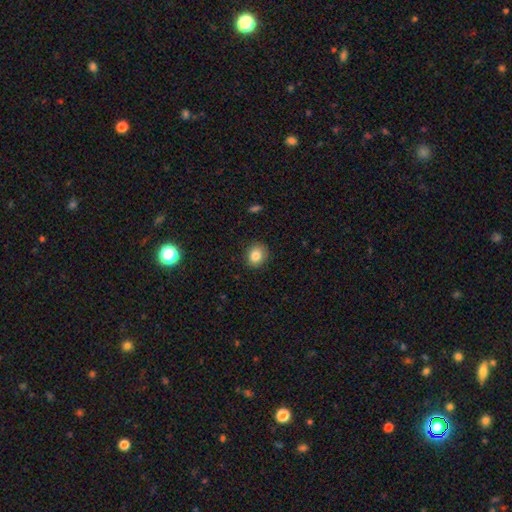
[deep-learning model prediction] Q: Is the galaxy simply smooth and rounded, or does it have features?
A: smooth — 83%.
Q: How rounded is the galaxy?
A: round — 69%.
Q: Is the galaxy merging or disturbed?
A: none — 87%.